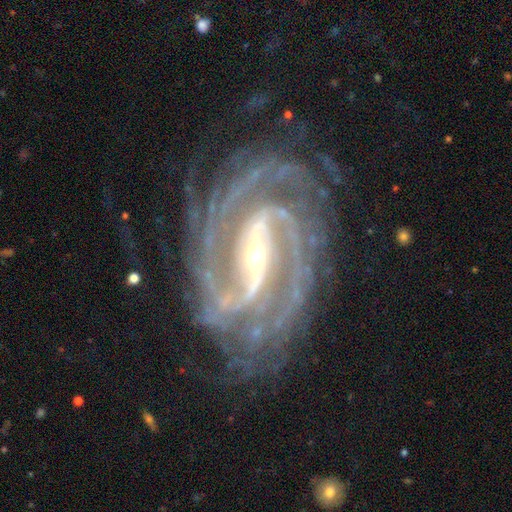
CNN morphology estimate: A featured or disk galaxy (94%) with a strong bar (72%), 2 (40%) tight (48%) spiral arms (99%) and a small central bulge (56%).

Vote fractions:
- Smooth or featured? featured or disk: 94% / star or artifact: 4% / smooth: 2%
- Edge-on disk? no: 97% / yes: 3%
- Bar? strong: 72% / weak: 21% / no: 7%
- Spiral arms? yes: 99% / no: 1%
- Spiral winding? tight: 48% / medium: 42% / loose: 11%
- Spiral arm count? 2: 40% / 3: 17% / 4: 14% / can't tell: 12% / more than 4: 9% / 1: 8%
- Bulge size? small: 56% / moderate: 39% / large: 3% / none: 1% / dominant: 1%
- Merging? none: 71% / minor disturbance: 17% / major disturbance: 10% / merger: 2%